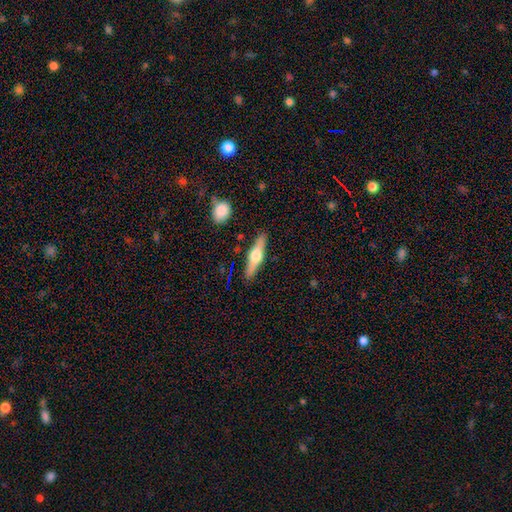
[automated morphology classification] The model was most divided on "smooth or featured": featured or disk: 59%, smooth: 35%, star or artifact: 6%. More confident: edge-on disk — yes (95%); edge-on bulge — rounded (94%); merging — none (88%).